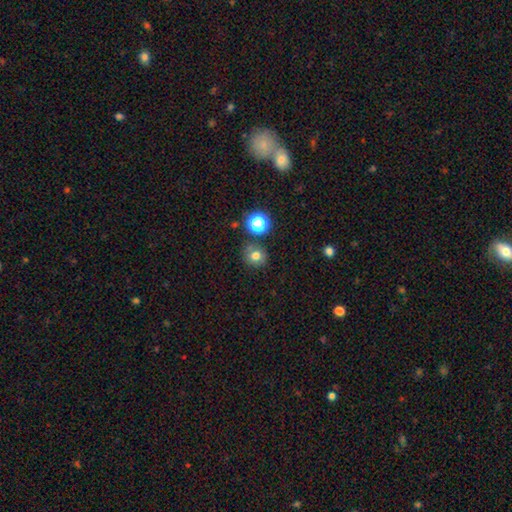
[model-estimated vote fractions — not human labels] A smooth galaxy with no disk features (74%) that is round (86%).

Vote fractions:
- Smooth or featured? smooth: 74% / star or artifact: 17% / featured or disk: 9%
- How rounded? round: 86% / in between: 13% / cigar-shaped: 1%
- Merging? none: 78% / minor disturbance: 10% / merger: 9% / major disturbance: 3%